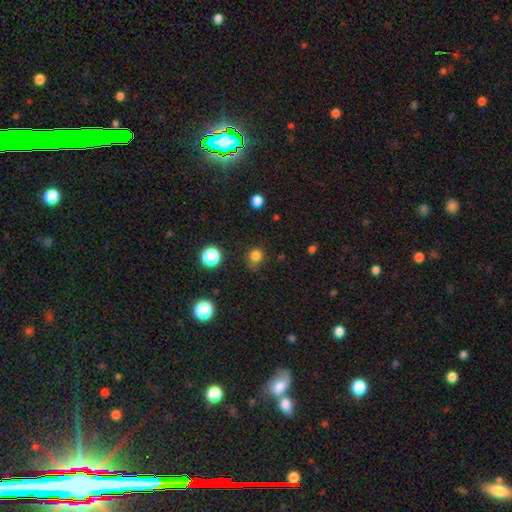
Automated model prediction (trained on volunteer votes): This is likely a smooth galaxy (79%). How rounded: clearly round (86%). Merging: likely none (68%).